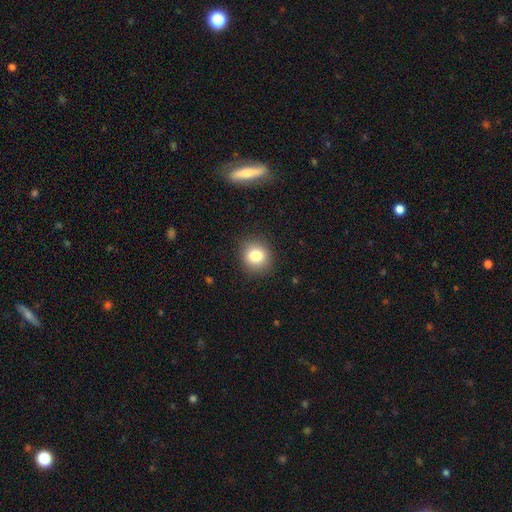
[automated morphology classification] Smooth or featured: smooth — 81% (star or artifact — 11%)
How rounded: round — 83% (in between — 16%)
Merging: none — 89% (minor disturbance — 8%)